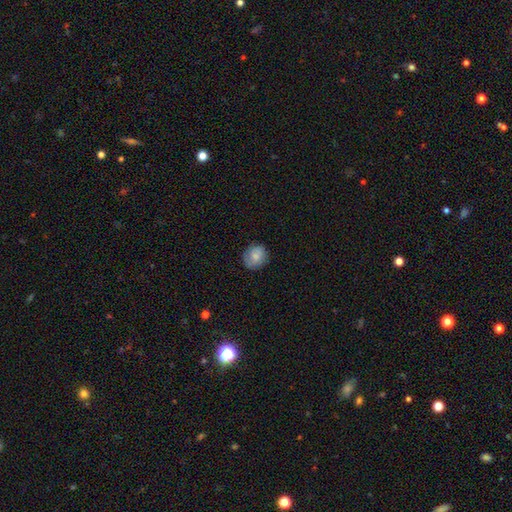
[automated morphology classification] Q: Smooth or featured?
A: smooth (74%); runner-up: featured or disk (19%)
Q: How rounded?
A: round (77%); runner-up: in between (22%)
Q: Merging?
A: none (80%); runner-up: minor disturbance (16%)